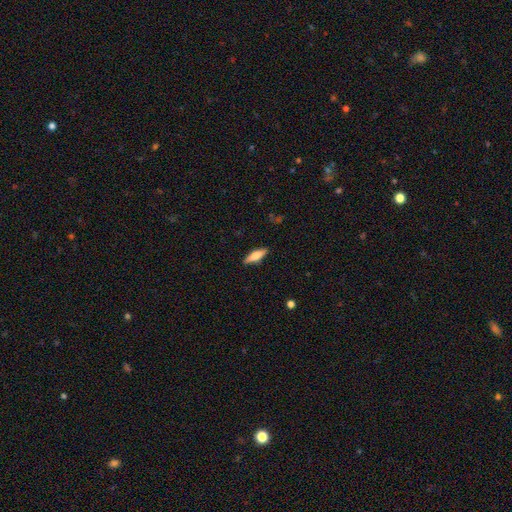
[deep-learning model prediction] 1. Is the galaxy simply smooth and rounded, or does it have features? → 60% smooth, 34% featured or disk, 6% star or artifact.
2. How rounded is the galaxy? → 58% cigar-shaped, 40% in between, 2% round.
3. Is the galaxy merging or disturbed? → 89% none, 8% minor disturbance, 2% major disturbance, 1% merger.